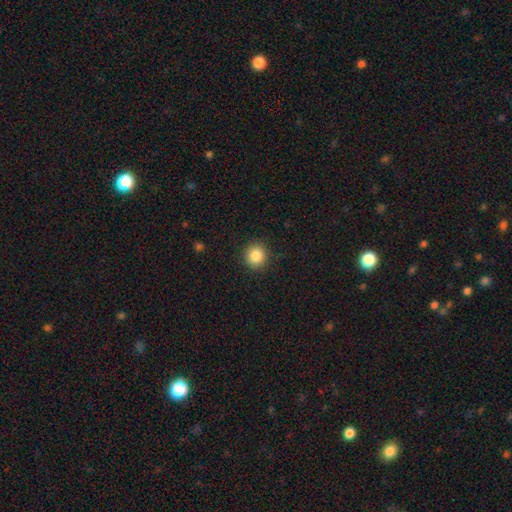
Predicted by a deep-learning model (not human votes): The model was most divided on "smooth or featured": smooth: 86%, star or artifact: 10%, featured or disk: 5%. More confident: merging — none (91%); how rounded — round (90%).